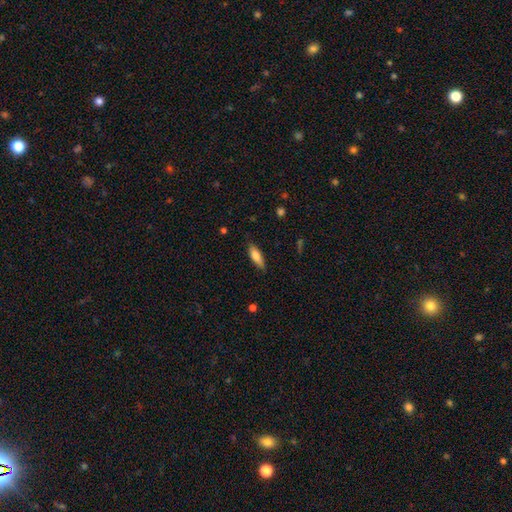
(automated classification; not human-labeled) smooth-or-featured: smooth: 77% | featured or disk: 17% | star or artifact: 6%
  how-rounded: in between: 55% | cigar-shaped: 43% | round: 2%
  merging: none: 82% | minor disturbance: 14% | major disturbance: 3% | merger: 1%